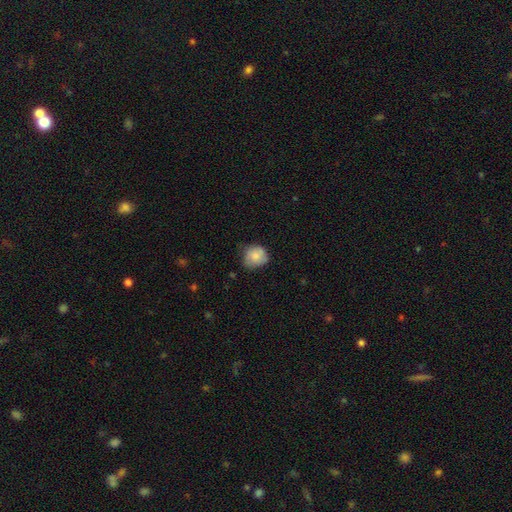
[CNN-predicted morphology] smooth 77%, featured or disk 15%, star or artifact 8%. Down the decision tree: how rounded — round (75%); merging — none (59%).